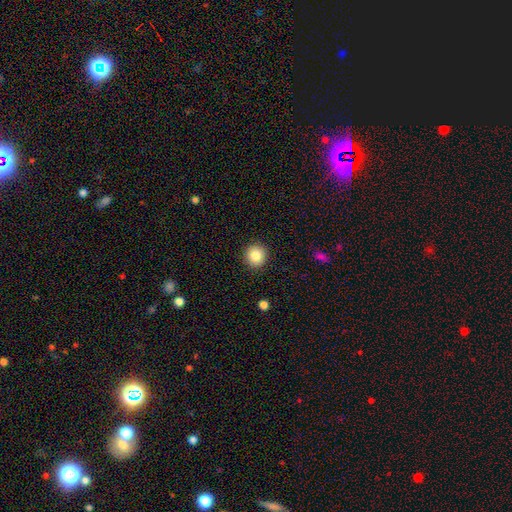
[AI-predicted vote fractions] smooth_or_featured: smooth (p=0.84) [alt: star or artifact p=0.09]
how_rounded: round (p=0.91) [alt: in between p=0.08]
merging: none (p=0.91) [alt: minor disturbance p=0.06]